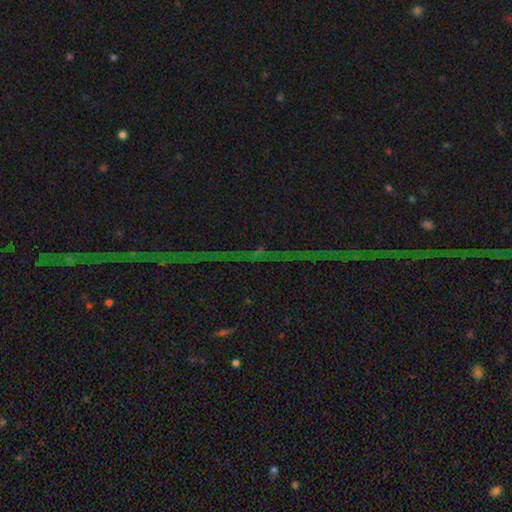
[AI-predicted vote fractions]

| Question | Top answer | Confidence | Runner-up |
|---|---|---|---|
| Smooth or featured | star or artifact | 81% | featured or disk (11%) |